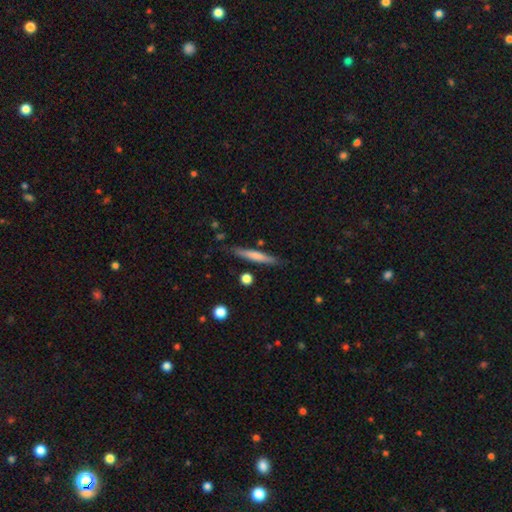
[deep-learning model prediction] Smooth or featured? Predicted: smooth (p=0.63). How rounded? Predicted: cigar-shaped (p=0.94). Merging? Predicted: none (p=0.84).